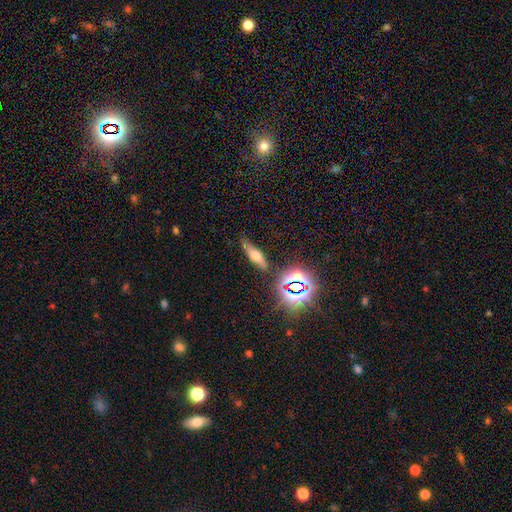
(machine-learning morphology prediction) smooth-or-featured: smooth: 42% | featured or disk: 41% | star or artifact: 17%
  merging: none: 81% | minor disturbance: 12% | major disturbance: 4% | merger: 3%